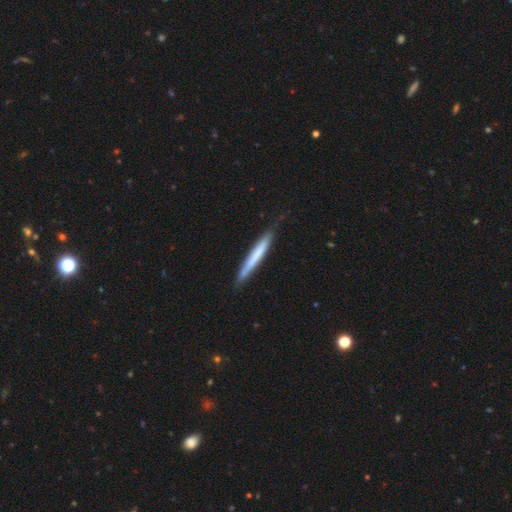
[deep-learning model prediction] smooth-or-featured: smooth: 60% | featured or disk: 35% | star or artifact: 5%
  how-rounded: cigar-shaped: 96% | in between: 3% | round: 1%
  merging: none: 78% | minor disturbance: 18% | major disturbance: 3% | merger: 1%